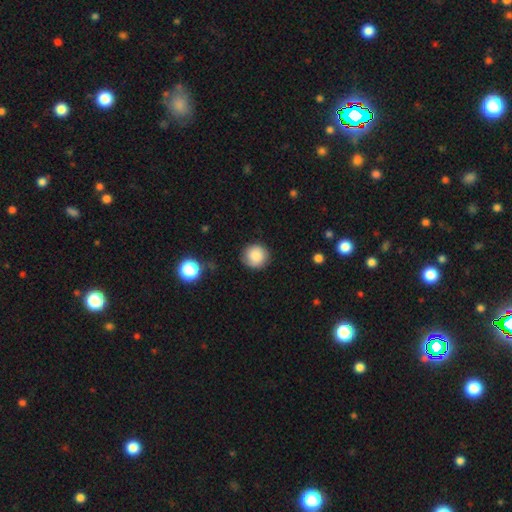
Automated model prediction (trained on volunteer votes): Overall: smooth (84%). How rounded: round (92%). Merging: none (84%).